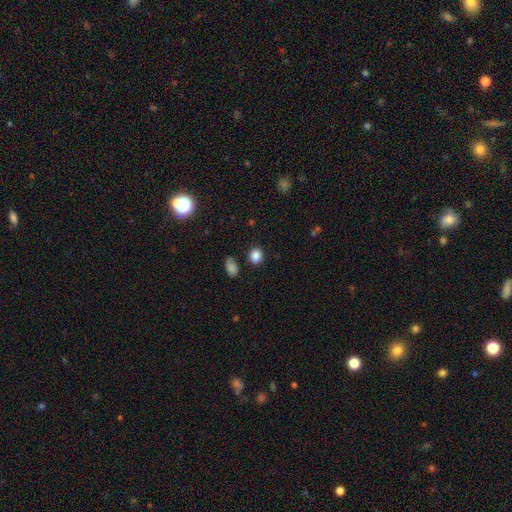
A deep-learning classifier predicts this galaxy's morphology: A smooth galaxy with no disk features (85%) that is round (77%). Merging: none (85%).